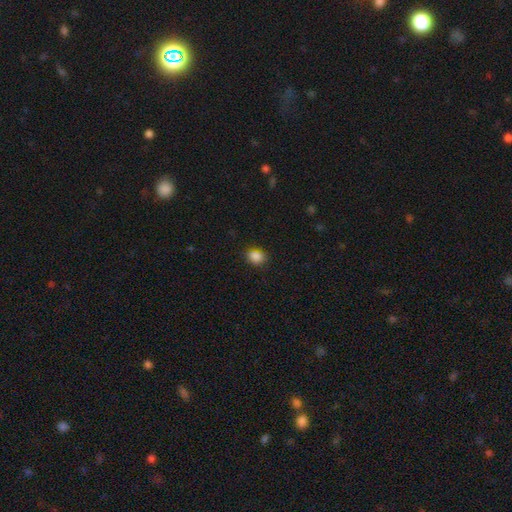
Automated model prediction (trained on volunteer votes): Smooth or featured? Predicted: smooth (p=0.86). How rounded? Predicted: in between (p=0.54). Merging? Predicted: none (p=0.81).